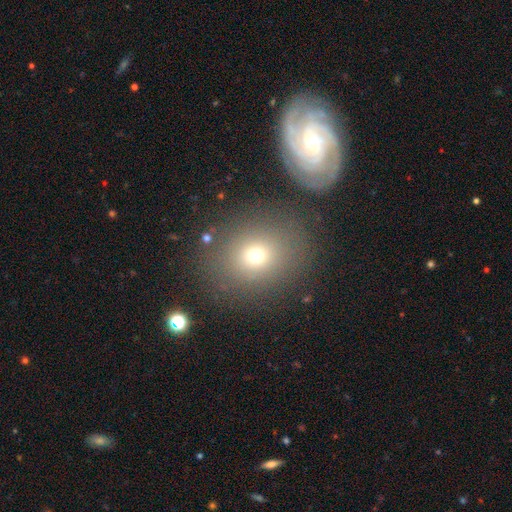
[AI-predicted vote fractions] Morphology: type=smooth (69%); roundness=round (63%); merging=none (80%).